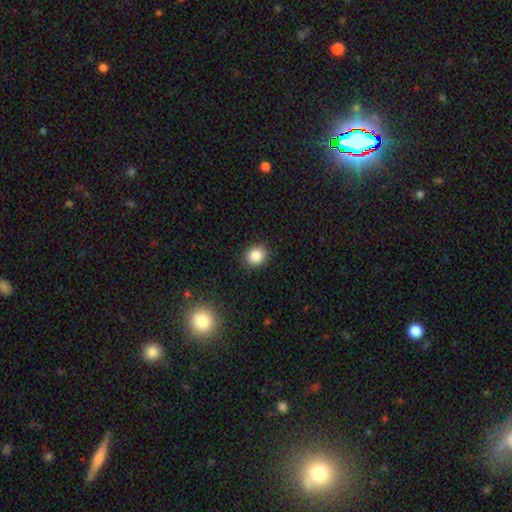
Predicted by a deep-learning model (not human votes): Q: Smooth or featured?
A: smooth (85%); runner-up: star or artifact (11%)
Q: How rounded?
A: round (84%); runner-up: in between (15%)
Q: Merging?
A: none (91%); runner-up: minor disturbance (6%)